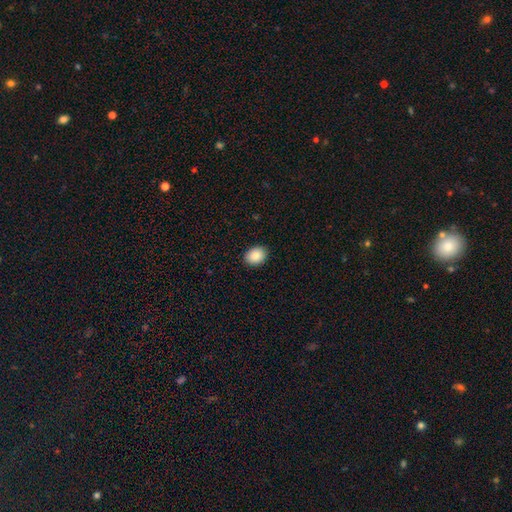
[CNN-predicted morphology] smooth-or-featured: smooth: 87% | star or artifact: 8% | featured or disk: 6%
  how-rounded: in between: 63% | round: 36% | cigar-shaped: 1%
  merging: none: 89% | minor disturbance: 8% | major disturbance: 2% | merger: 1%